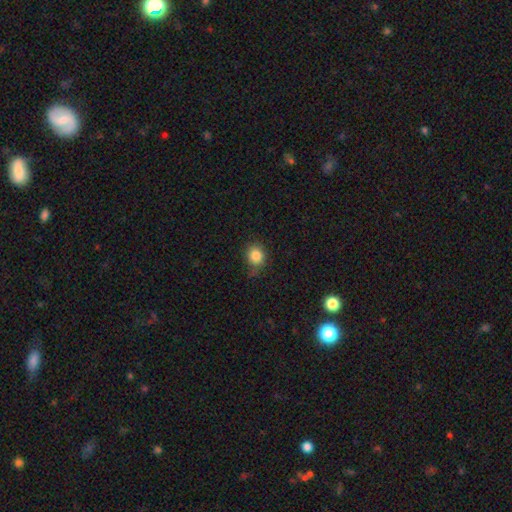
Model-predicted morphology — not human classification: The model was most divided on "merging": none: 70%, minor disturbance: 23%, major disturbance: 5%, merger: 2%. More confident: smooth or featured — smooth (84%); how rounded — round (73%).